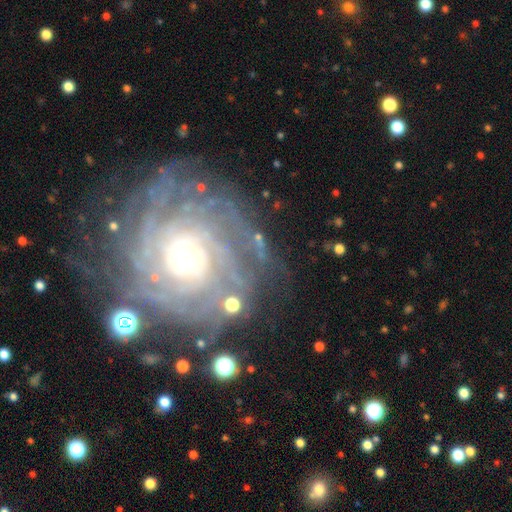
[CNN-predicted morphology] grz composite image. It shows a featured or disk galaxy (88%) with no bar (75%), tight (81%) spiral arms (97%) and a moderate central bulge (60%). Merging: none (77%).